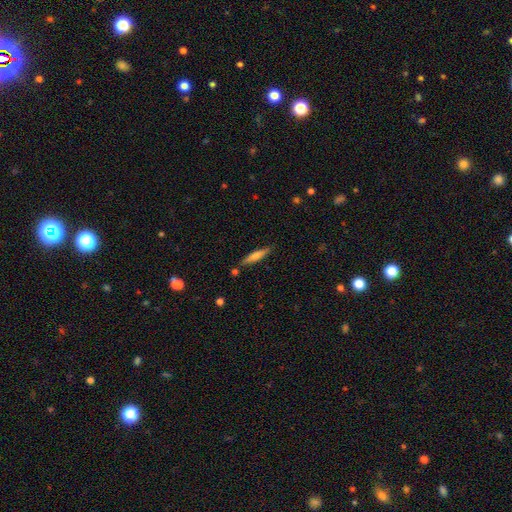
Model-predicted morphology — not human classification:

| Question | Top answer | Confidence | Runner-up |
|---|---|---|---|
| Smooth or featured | smooth | 50% | featured or disk (43%) |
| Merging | none | 82% | minor disturbance (12%) |